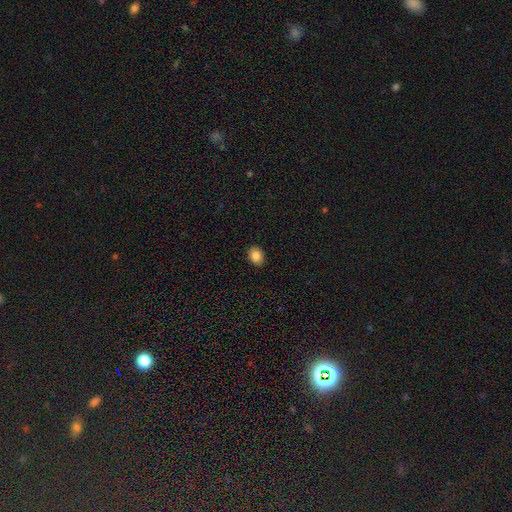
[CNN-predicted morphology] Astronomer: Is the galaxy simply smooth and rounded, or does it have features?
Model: smooth — 86%.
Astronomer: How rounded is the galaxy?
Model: in between — 57% (runner-up: round, 42%).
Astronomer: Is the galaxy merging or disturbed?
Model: none — 90%.